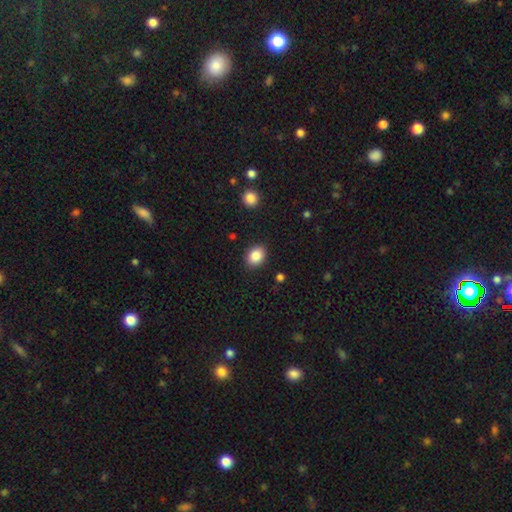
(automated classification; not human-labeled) Smooth or featured? smooth (87%)
How rounded? in between (53%)
Merging? none (88%)